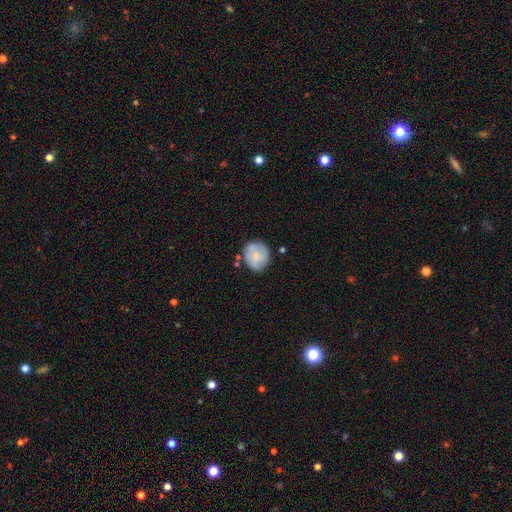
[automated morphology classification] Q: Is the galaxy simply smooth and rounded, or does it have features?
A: smooth — 59%.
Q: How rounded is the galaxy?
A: round — 83%.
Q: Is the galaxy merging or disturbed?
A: none — 70%.